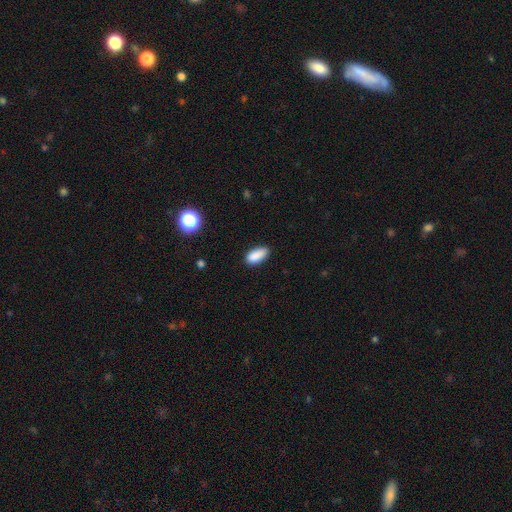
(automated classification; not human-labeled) Overall: smooth (88%). How rounded: in between (87%). Merging: none (77%).